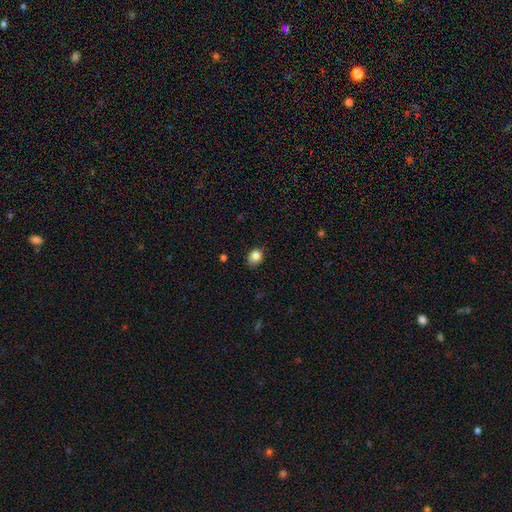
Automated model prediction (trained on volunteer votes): smooth 83%, star or artifact 11%, featured or disk 6%. Down the decision tree: how rounded — round (53%); merging — none (71%).